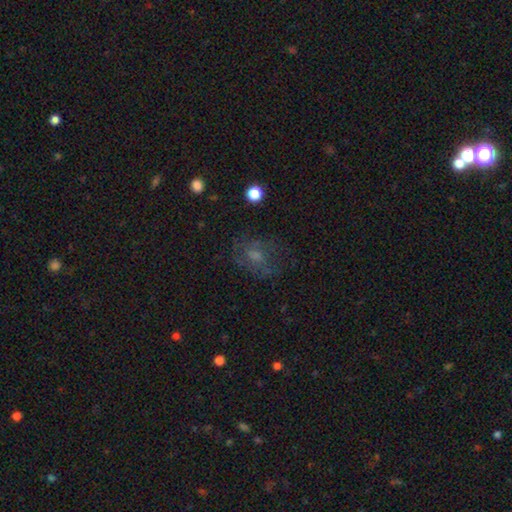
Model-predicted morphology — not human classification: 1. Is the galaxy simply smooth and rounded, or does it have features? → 42% featured or disk, 39% smooth, 19% star or artifact.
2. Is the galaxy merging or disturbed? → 57% none, 21% major disturbance, 20% minor disturbance, 2% merger.